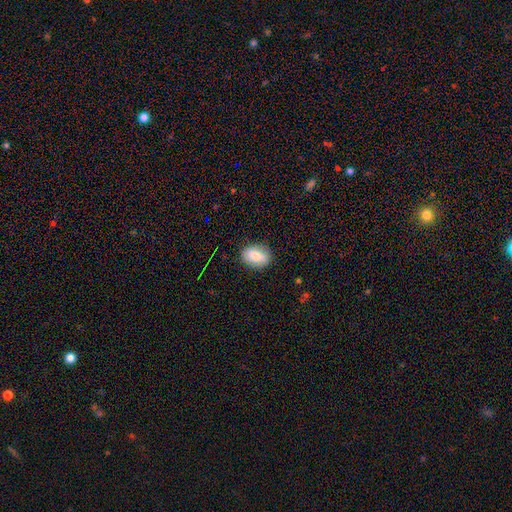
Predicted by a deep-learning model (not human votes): Smooth or featured: smooth — 75% (featured or disk — 17%)
How rounded: in between — 72% (round — 26%)
Merging: none — 84% (minor disturbance — 12%)